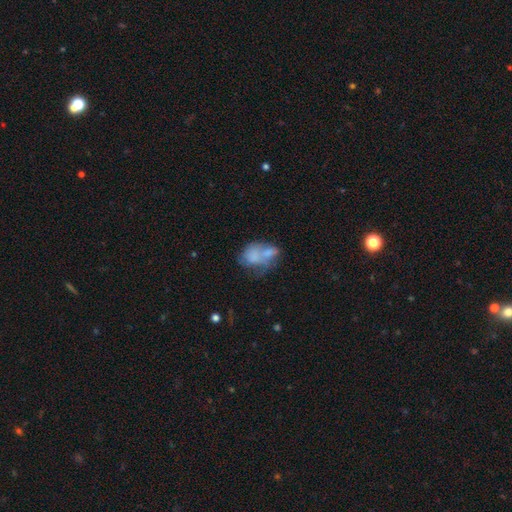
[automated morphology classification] Smooth or featured? Predicted: smooth (p=0.60). How rounded? Predicted: in between (p=0.75). Merging? Predicted: merger (p=0.48).